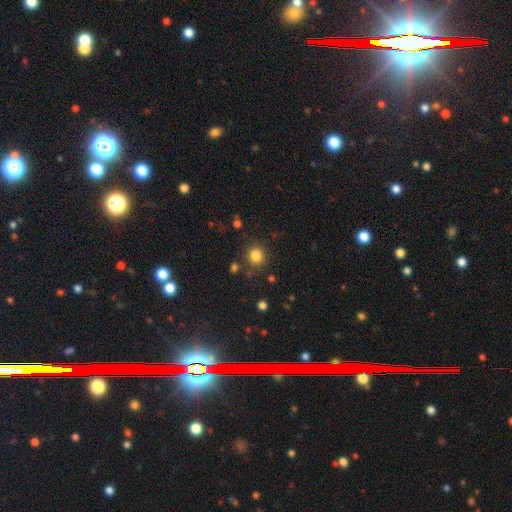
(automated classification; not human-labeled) Smooth or featured: smooth — 83% (star or artifact — 13%)
How rounded: round — 91% (in between — 8%)
Merging: none — 85% (minor disturbance — 8%)